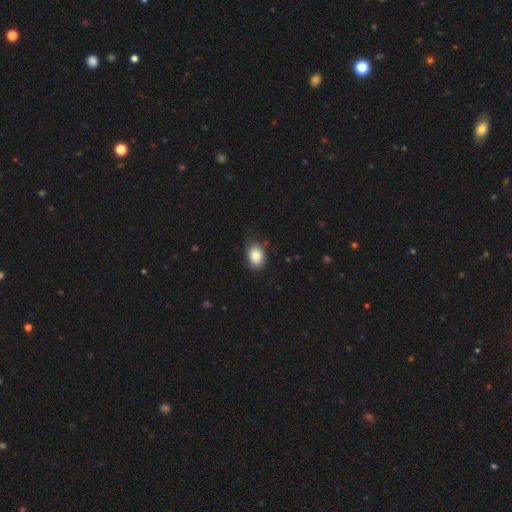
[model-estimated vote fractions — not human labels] This is clearly a smooth galaxy (87%). How rounded: likely in between (75%). Merging: likely none (77%).